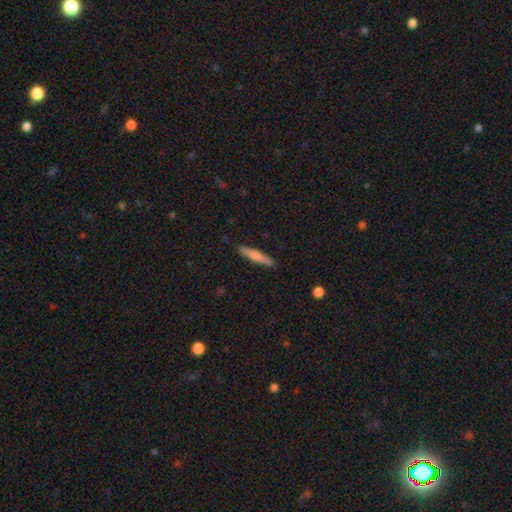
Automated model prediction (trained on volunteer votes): This is likely a smooth galaxy (65%). How rounded: clearly cigar-shaped (91%). Merging: clearly none (89%).